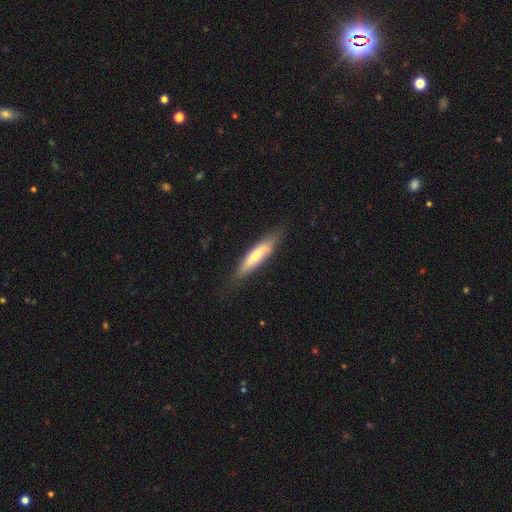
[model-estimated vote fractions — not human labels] This is possibly a smooth galaxy (57%). How rounded: clearly cigar-shaped (83%). Merging: likely none (79%).